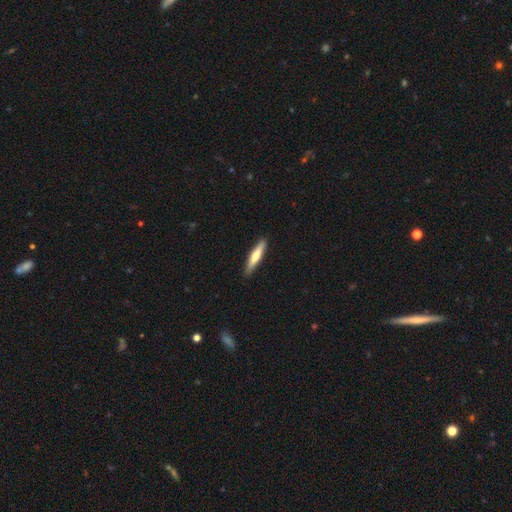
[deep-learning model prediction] The model was most divided on "smooth or featured": smooth: 59%, featured or disk: 36%, star or artifact: 5%. More confident: merging — none (89%); how rounded — cigar-shaped (86%).